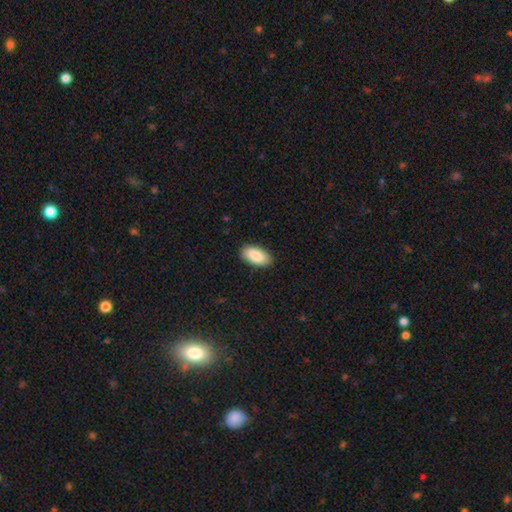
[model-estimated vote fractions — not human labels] Smooth or featured? smooth (88%)
How rounded? in between (94%)
Merging? none (88%)